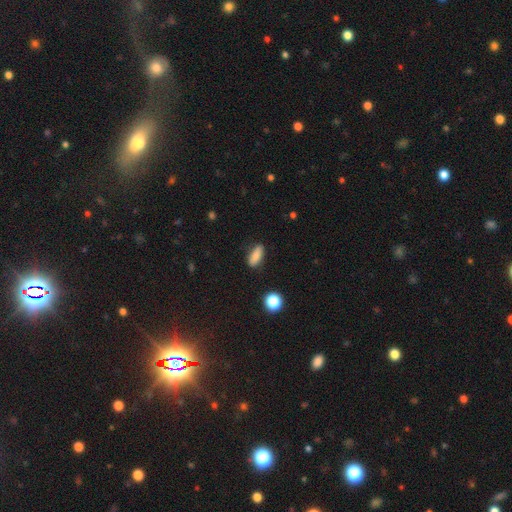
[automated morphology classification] smooth 82%, featured or disk 10%, star or artifact 9%. Down the decision tree: how rounded — in between (73%); merging — none (83%).